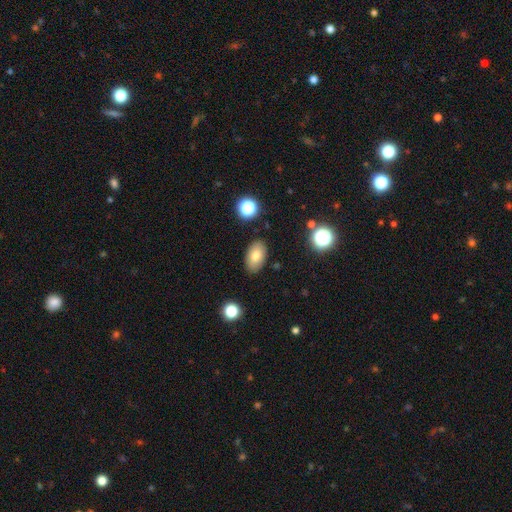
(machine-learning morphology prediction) This appears to be a smooth galaxy with no disk features (78%) that is in between round and cigar-shaped (92%). Merging: none (85%).